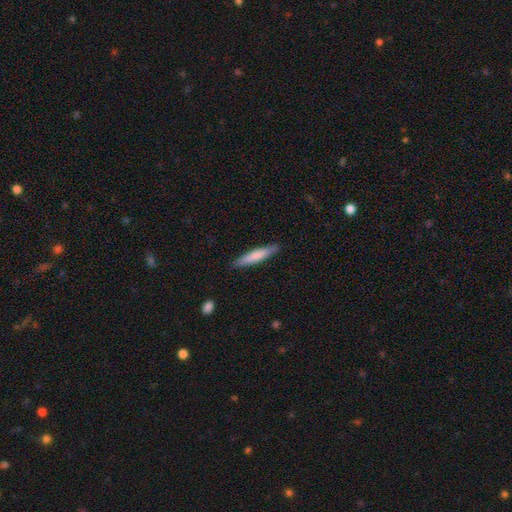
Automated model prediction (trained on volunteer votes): Overall: smooth (73%). How rounded: cigar-shaped (91%). Merging: none (89%).